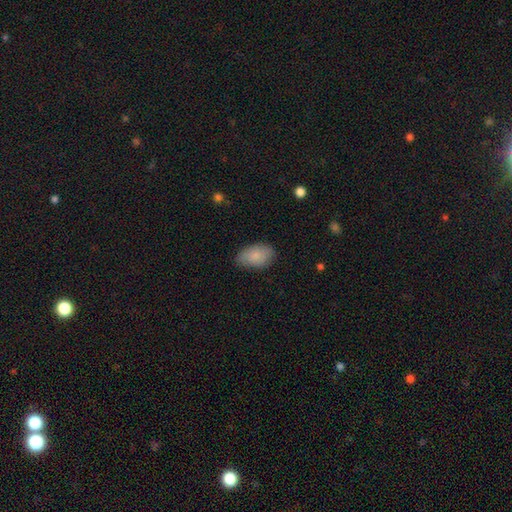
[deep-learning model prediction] This is clearly a smooth galaxy (86%). How rounded: clearly in between (92%). Merging: likely none (76%).